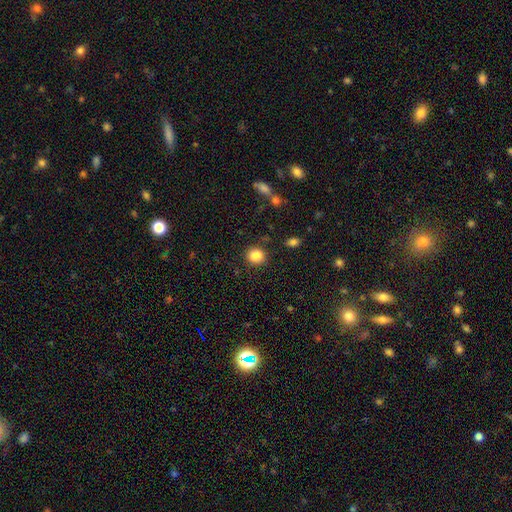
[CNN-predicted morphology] Smooth or featured? Predicted: smooth (p=0.86). How rounded? Predicted: round (p=0.77). Merging? Predicted: none (p=0.84).